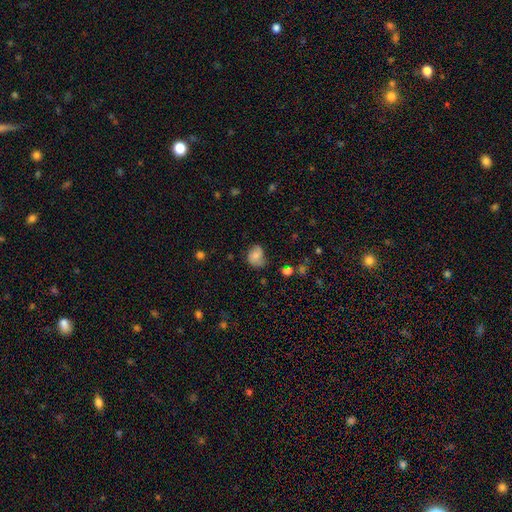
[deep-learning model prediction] smooth_or_featured: smooth (p=0.64) [alt: featured or disk p=0.26]
how_rounded: round (p=0.50) [alt: in between p=0.49]
merging: none (p=0.50) [alt: minor disturbance p=0.33]